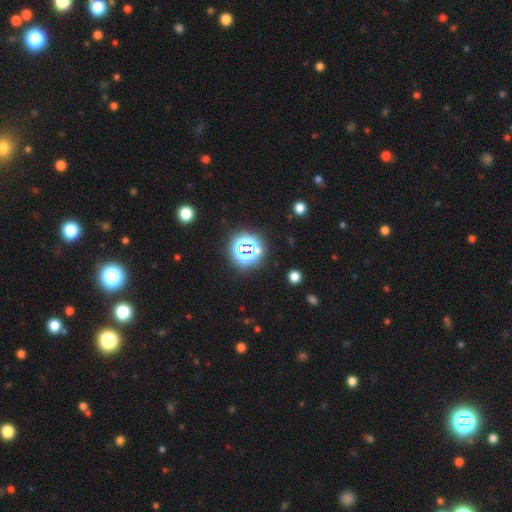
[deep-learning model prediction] Morphology: type=star or artifact (74%).